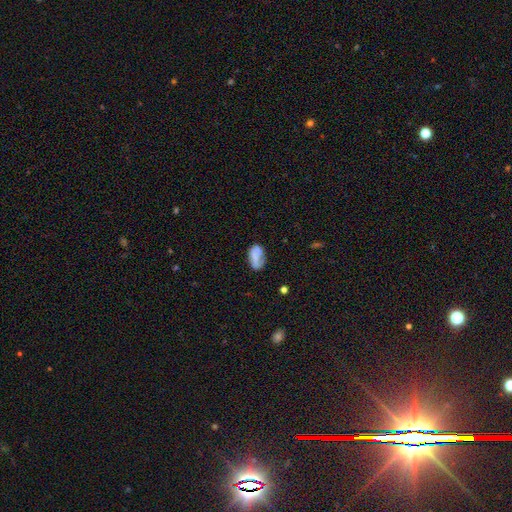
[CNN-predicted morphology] smooth-or-featured: smooth: 65% | featured or disk: 26% | star or artifact: 9%
  how-rounded: in between: 90% | round: 7% | cigar-shaped: 3%
  merging: none: 54% | minor disturbance: 29% | major disturbance: 13% | merger: 4%